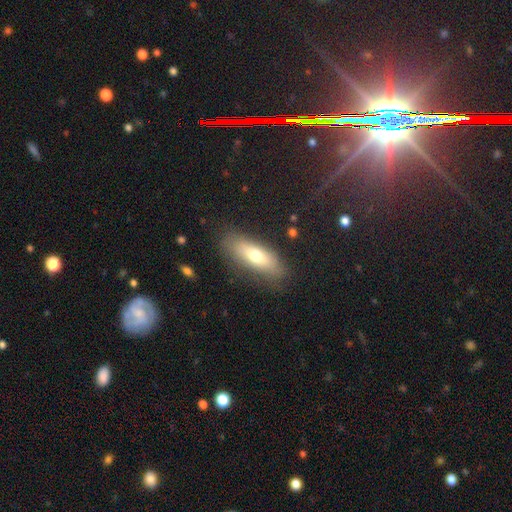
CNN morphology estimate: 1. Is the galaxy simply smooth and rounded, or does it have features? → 67% smooth, 25% featured or disk, 8% star or artifact.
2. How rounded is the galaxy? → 64% in between, 33% cigar-shaped, 3% round.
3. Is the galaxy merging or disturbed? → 81% none, 14% minor disturbance, 4% major disturbance, 2% merger.